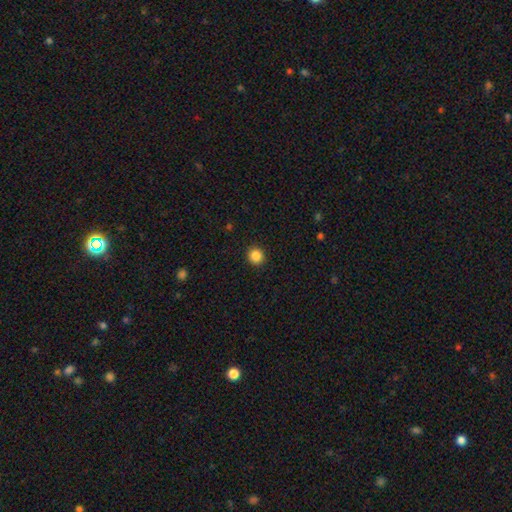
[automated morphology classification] The model was most divided on "smooth or featured": smooth: 86%, star or artifact: 10%, featured or disk: 3%. More confident: merging — none (92%); how rounded — round (90%).